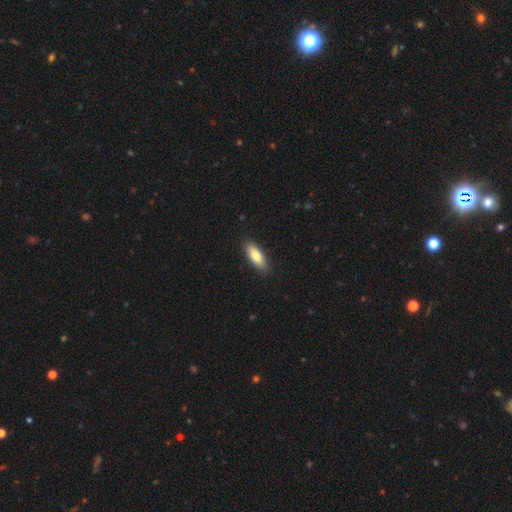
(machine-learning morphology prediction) A smooth galaxy with no disk features (79%) that is in between round and cigar-shaped (68%).

Vote fractions:
- Smooth or featured? smooth: 79% / featured or disk: 15% / star or artifact: 6%
- How rounded? in between: 68% / cigar-shaped: 30% / round: 2%
- Merging? none: 89% / minor disturbance: 8% / major disturbance: 2% / merger: 1%